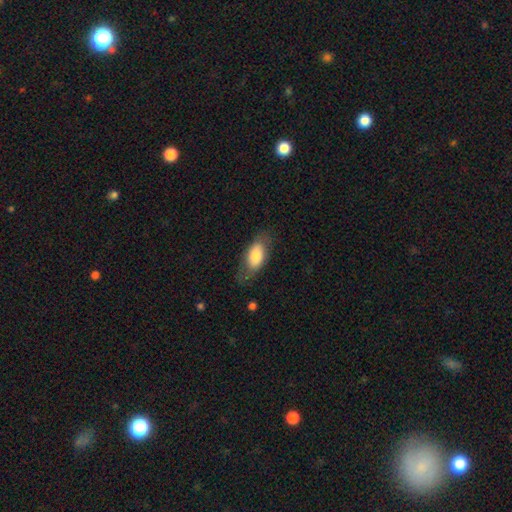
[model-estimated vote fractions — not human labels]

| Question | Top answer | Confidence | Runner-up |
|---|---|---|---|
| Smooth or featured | smooth | 74% | featured or disk (20%) |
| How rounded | in between | 88% | cigar-shaped (8%) |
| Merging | none | 65% | minor disturbance (23%) |